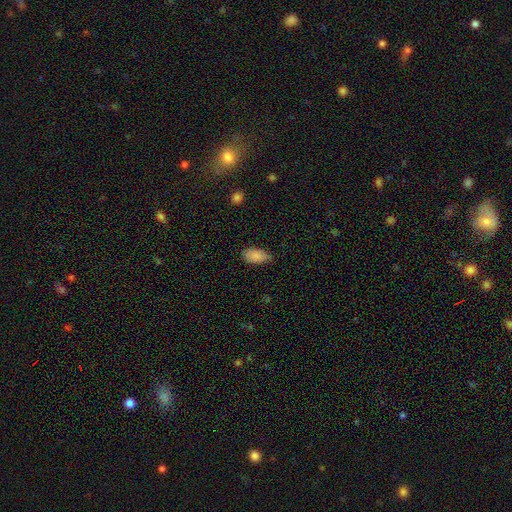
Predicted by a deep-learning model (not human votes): This is clearly a smooth galaxy (86%). How rounded: clearly in between (93%). Merging: likely none (70%).